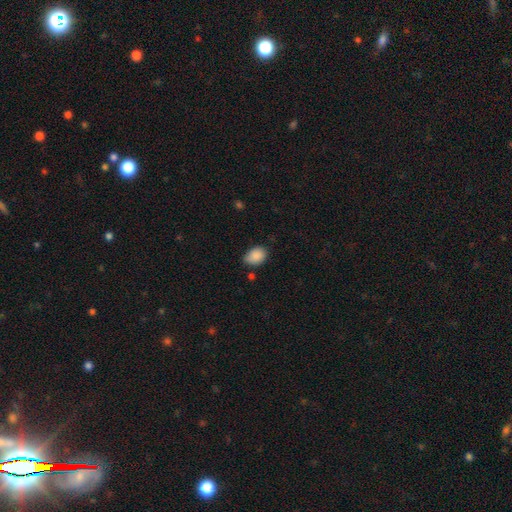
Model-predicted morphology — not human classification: smooth_or_featured: smooth (p=0.88) [alt: star or artifact p=0.08]
how_rounded: in between (p=0.76) [alt: round p=0.23]
merging: none (p=0.70) [alt: minor disturbance p=0.24]